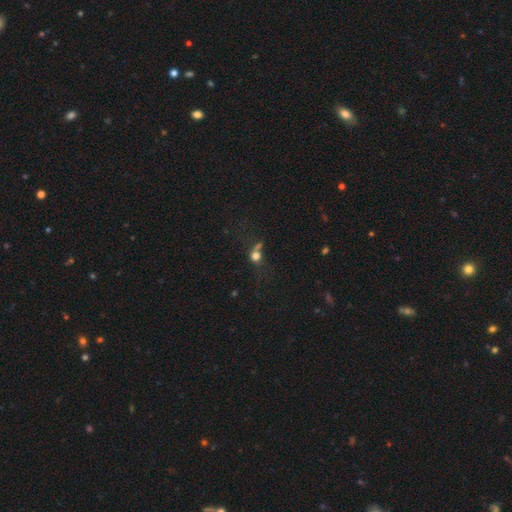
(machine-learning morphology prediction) Smooth or featured?
  - smooth: 69% *
  - star or artifact: 18%
  - featured or disk: 13%
How rounded?
  - round: 77% *
  - in between: 21%
  - cigar-shaped: 2%
Merging?
  - none: 38% *
  - merger: 33%
  - major disturbance: 16%
  - minor disturbance: 14%